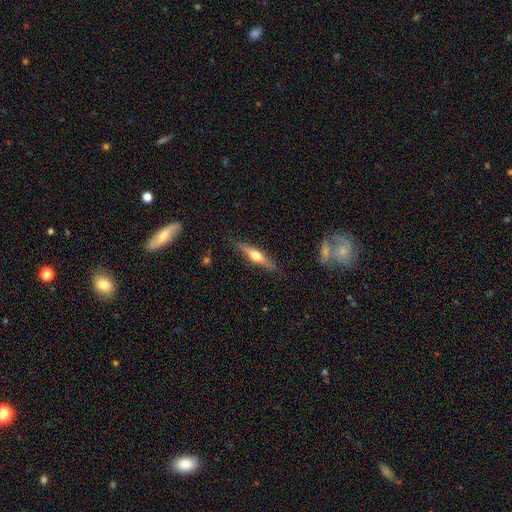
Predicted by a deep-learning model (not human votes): Smooth or featured? Predicted: featured or disk (p=0.59). Edge-on disk? Predicted: yes (p=0.95). Edge-on bulge? Predicted: rounded (p=0.92). Merging? Predicted: none (p=0.86).